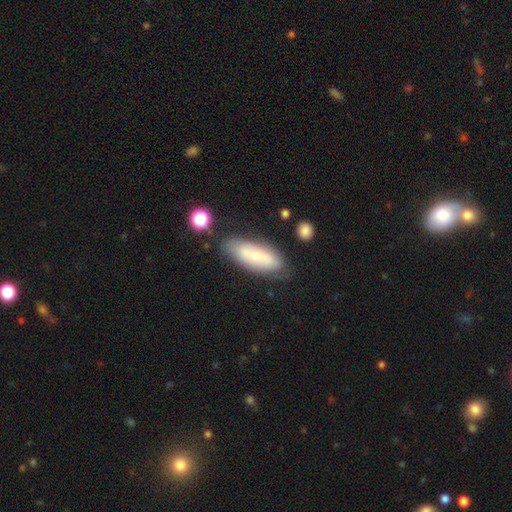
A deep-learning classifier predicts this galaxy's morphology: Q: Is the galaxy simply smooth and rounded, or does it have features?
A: smooth — 59%.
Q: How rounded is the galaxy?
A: in between — 69%.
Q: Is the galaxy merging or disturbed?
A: none — 74%.